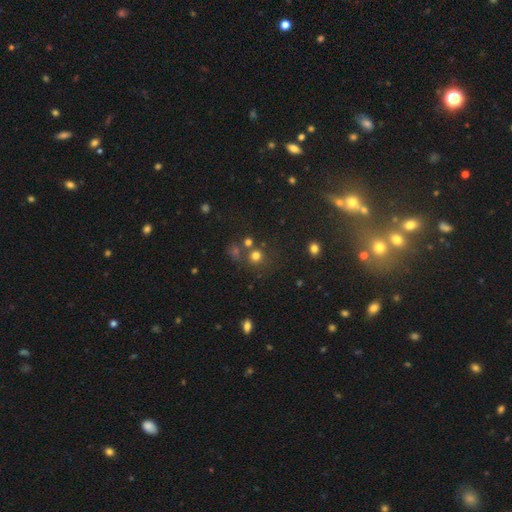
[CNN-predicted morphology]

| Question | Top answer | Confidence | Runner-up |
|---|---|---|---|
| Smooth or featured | smooth | 71% | star or artifact (22%) |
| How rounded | round | 89% | in between (10%) |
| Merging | none | 68% | merger (18%) |